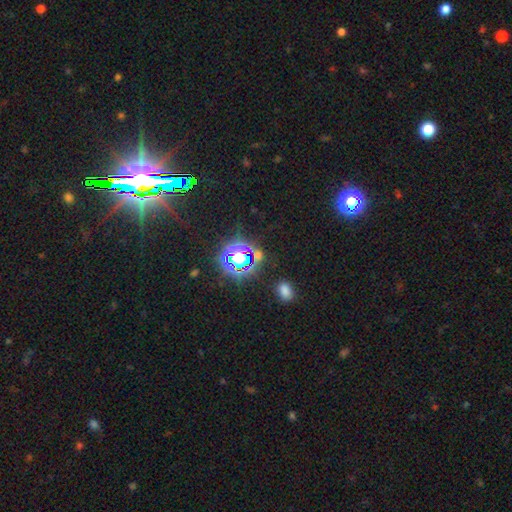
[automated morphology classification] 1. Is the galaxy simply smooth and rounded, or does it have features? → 73% star or artifact, 19% smooth, 8% featured or disk.